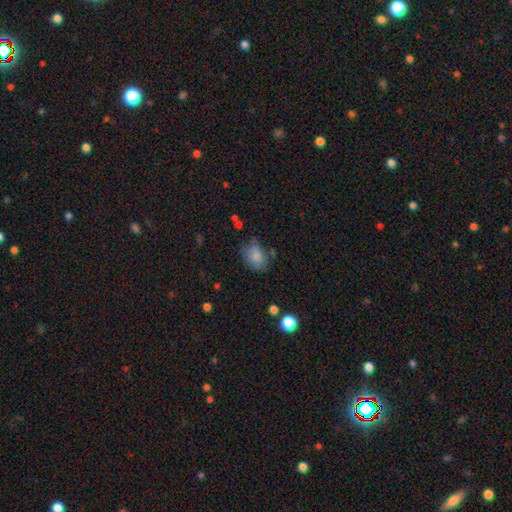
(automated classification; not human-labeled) smooth-or-featured: smooth: 81% | featured or disk: 10% | star or artifact: 9%
  how-rounded: in between: 68% | round: 31% | cigar-shaped: 1%
  merging: none: 61% | minor disturbance: 26% | major disturbance: 9% | merger: 4%